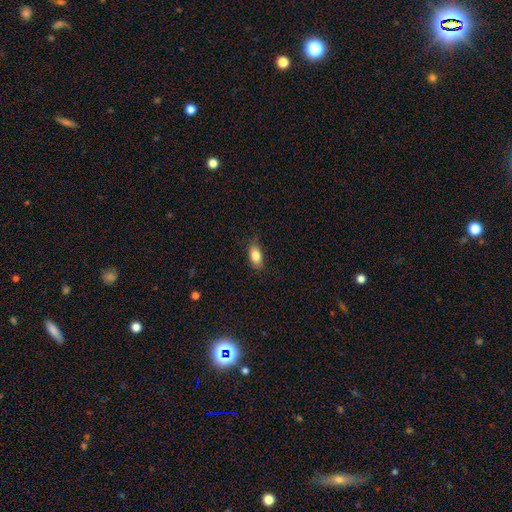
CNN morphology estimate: smooth 82%, featured or disk 10%, star or artifact 8%. Down the decision tree: how rounded — in between (87%); merging — none (81%).